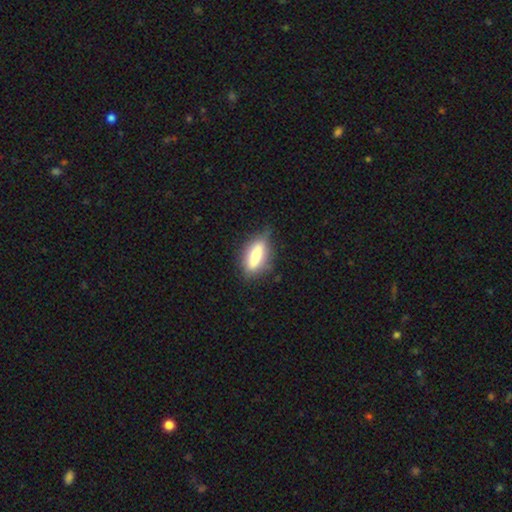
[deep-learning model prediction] This is likely a smooth galaxy (68%). How rounded: likely in between (70%). Merging: likely none (68%).